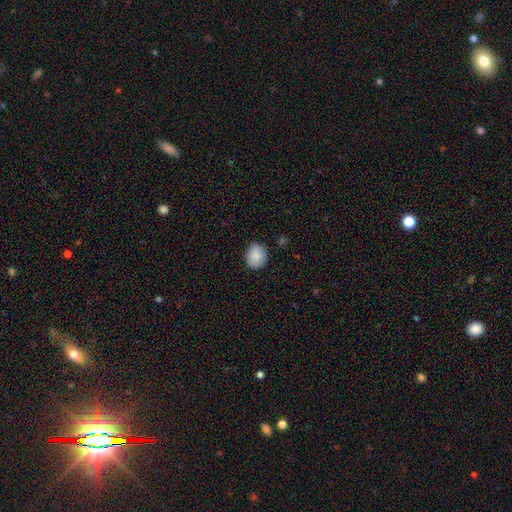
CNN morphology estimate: A smooth galaxy with no disk features (88%) that is round (67%).

Vote fractions:
- Smooth or featured? smooth: 88% / star or artifact: 7% / featured or disk: 5%
- How rounded? round: 67% / in between: 32% / cigar-shaped: 1%
- Merging? none: 84% / minor disturbance: 12% / major disturbance: 2% / merger: 1%